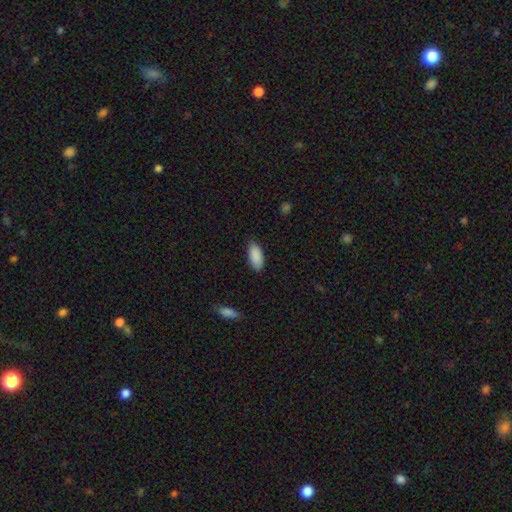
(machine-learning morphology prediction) Smooth or featured? Predicted: smooth (p=0.90). How rounded? Predicted: in between (p=0.91). Merging? Predicted: none (p=0.82).